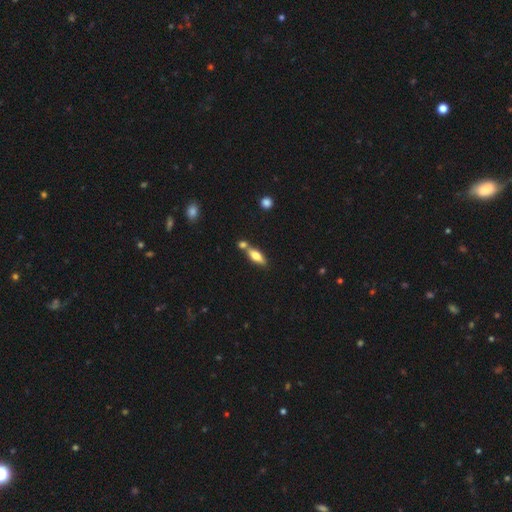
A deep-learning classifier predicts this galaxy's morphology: Smooth or featured? Predicted: smooth (p=0.62). How rounded? Predicted: in between (p=0.60). Merging? Predicted: none (p=0.56).